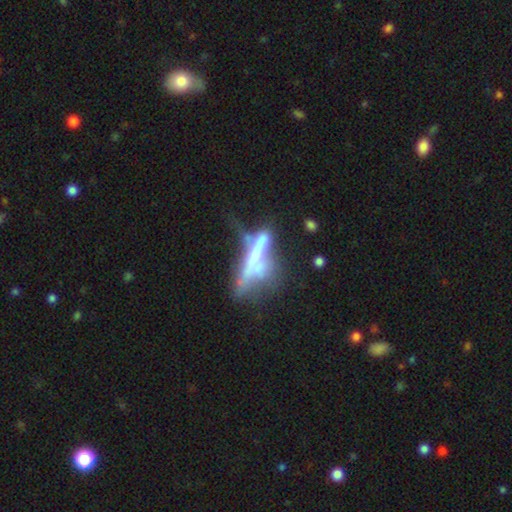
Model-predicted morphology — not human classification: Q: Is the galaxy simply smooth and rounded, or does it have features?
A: featured or disk — 59%.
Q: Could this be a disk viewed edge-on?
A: yes — 58%.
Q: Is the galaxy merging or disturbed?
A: merger — 31%.